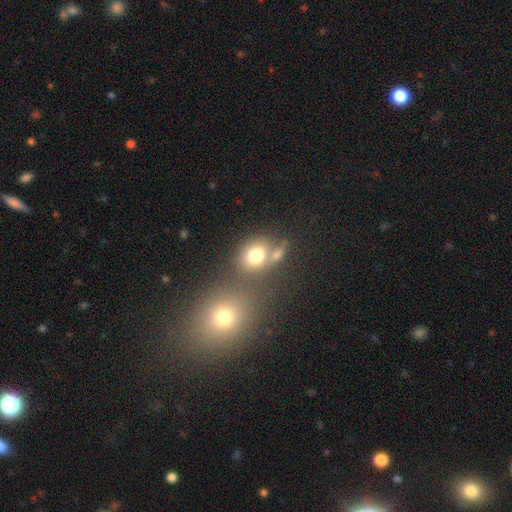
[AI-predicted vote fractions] Smooth or featured? smooth (75%)
How rounded? round (59%)
Merging? none (53%)